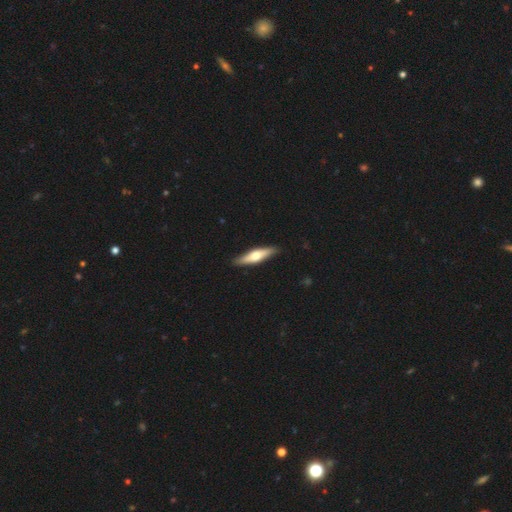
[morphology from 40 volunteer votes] smooth_or_featured: featured or disk (p=0.65) [alt: smooth p=0.28]
disk_edge_on: yes (p=0.92) [alt: no p=0.08]
edge_on_bulge: rounded (p=0.96) [alt: none p=0.04]
merging: none (p=0.84) [alt: minor disturbance p=0.11]